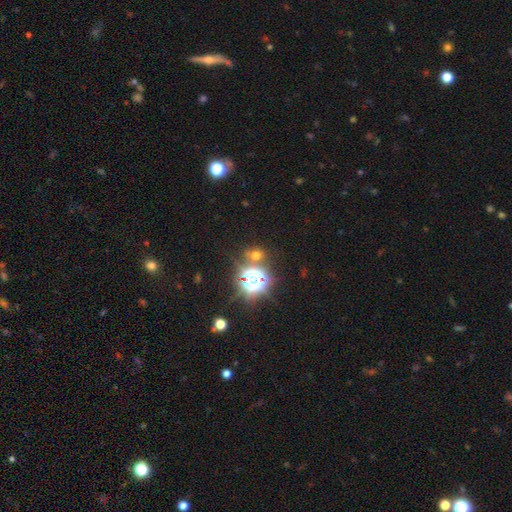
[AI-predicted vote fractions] This is possibly a star or artifact rather than a galaxy (46%).